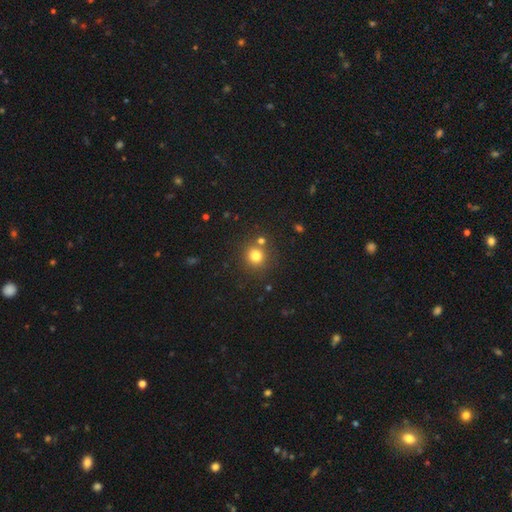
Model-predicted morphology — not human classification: Smooth or featured? smooth (77%)
How rounded? round (91%)
Merging? none (76%)